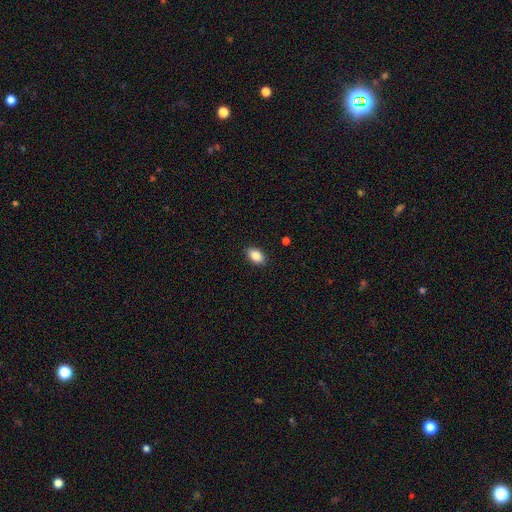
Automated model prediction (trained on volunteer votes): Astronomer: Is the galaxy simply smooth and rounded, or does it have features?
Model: smooth — 88%.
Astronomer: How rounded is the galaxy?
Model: in between — 89%.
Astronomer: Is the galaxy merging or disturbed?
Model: none — 89%.